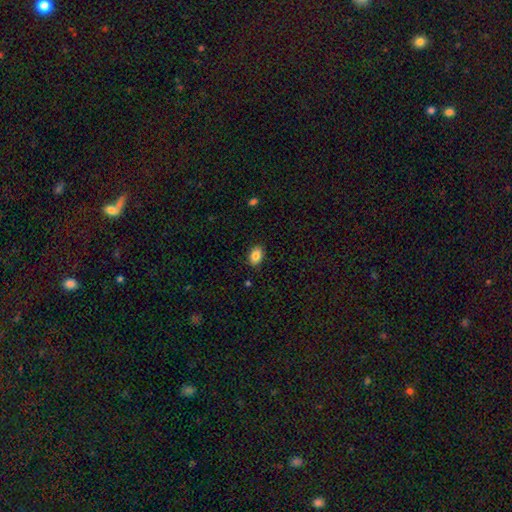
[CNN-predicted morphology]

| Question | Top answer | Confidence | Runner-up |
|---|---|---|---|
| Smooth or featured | smooth | 86% | star or artifact (8%) |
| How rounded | in between | 81% | round (17%) |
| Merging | none | 88% | minor disturbance (9%) |